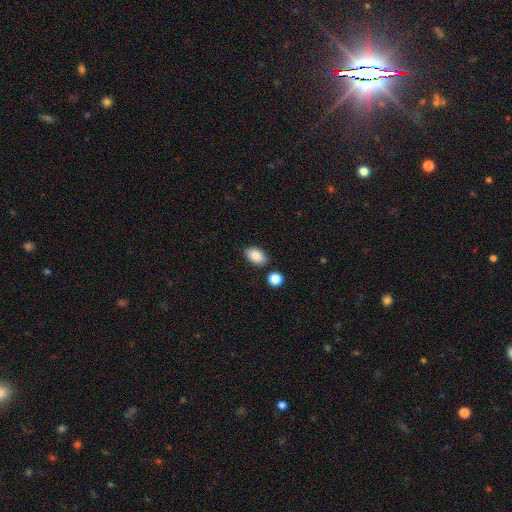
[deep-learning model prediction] Smooth or featured: smooth — 88% (star or artifact — 7%)
How rounded: in between — 91% (round — 8%)
Merging: none — 81% (minor disturbance — 11%)